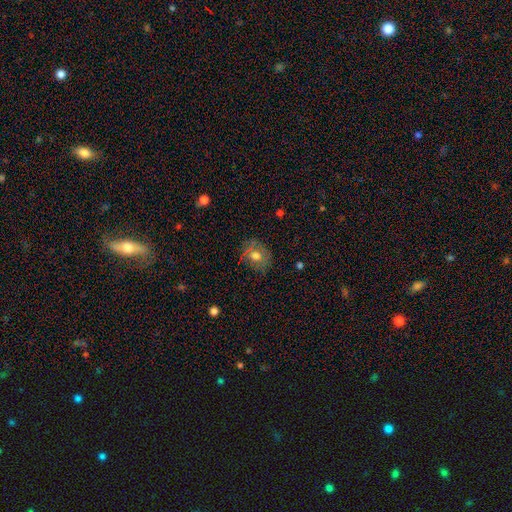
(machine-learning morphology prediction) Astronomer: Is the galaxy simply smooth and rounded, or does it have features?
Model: smooth — 61%.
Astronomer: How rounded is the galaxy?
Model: round — 58% (runner-up: in between, 41%).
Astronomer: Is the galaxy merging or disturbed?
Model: none — 74%.